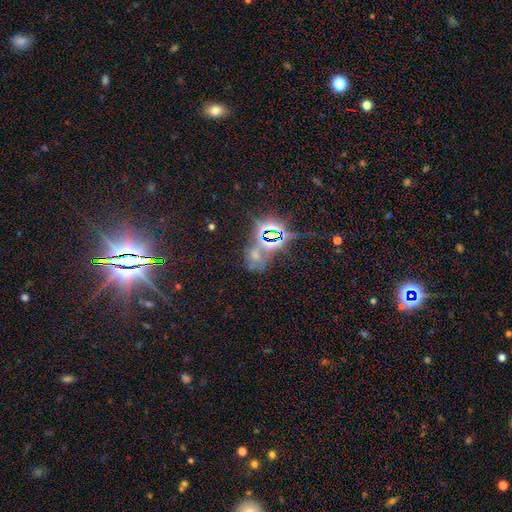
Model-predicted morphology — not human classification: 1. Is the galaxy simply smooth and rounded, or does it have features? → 64% star or artifact, 23% smooth, 13% featured or disk.